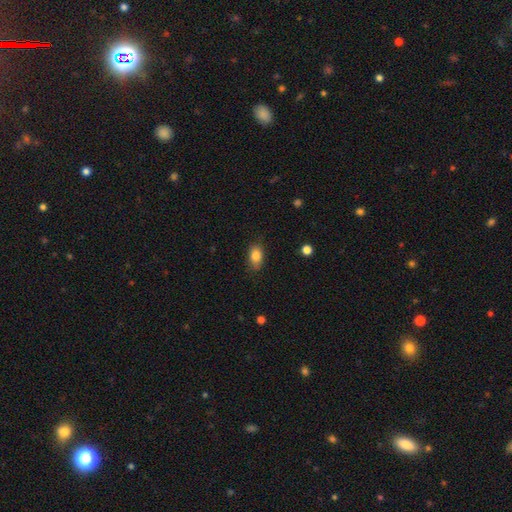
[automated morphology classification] A smooth galaxy with no disk features (85%) that is in between round and cigar-shaped (85%). Merging: none (80%).